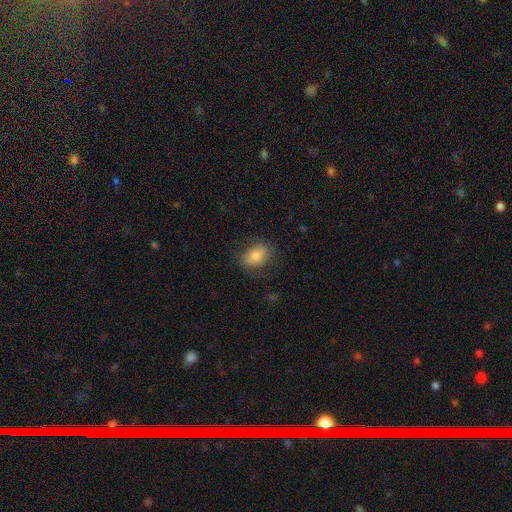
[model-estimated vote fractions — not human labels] smooth-or-featured: smooth: 77% | featured or disk: 15% | star or artifact: 8%
  how-rounded: in between: 80% | round: 19% | cigar-shaped: 2%
  merging: none: 73% | minor disturbance: 19% | major disturbance: 7% | merger: 1%